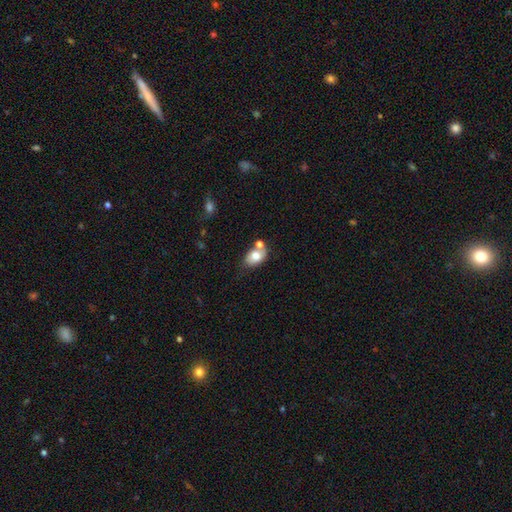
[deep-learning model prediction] smooth_or_featured: smooth (p=0.75) [alt: featured or disk p=0.17]
how_rounded: in between (p=0.83) [alt: round p=0.15]
merging: none (p=0.49) [alt: merger p=0.27]